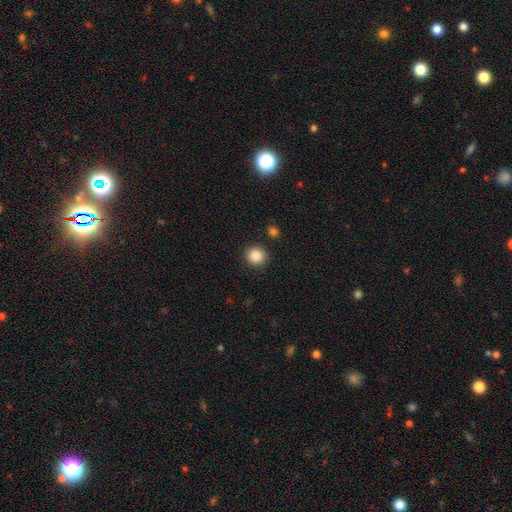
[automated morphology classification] Overall: smooth (87%). How rounded: round (92%). Merging: none (90%).